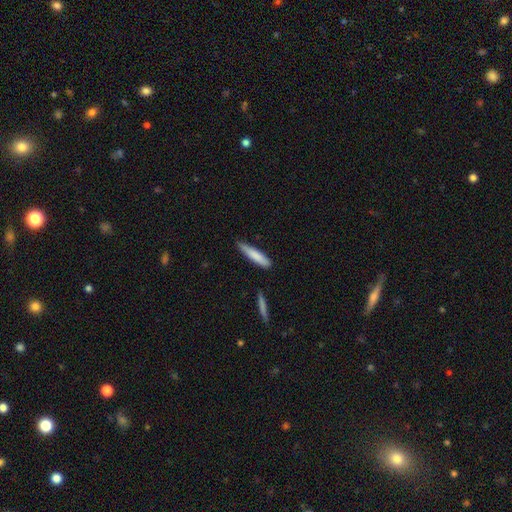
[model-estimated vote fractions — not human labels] Smooth or featured? Predicted: smooth (p=0.79). How rounded? Predicted: cigar-shaped (p=0.88). Merging? Predicted: none (p=0.73).